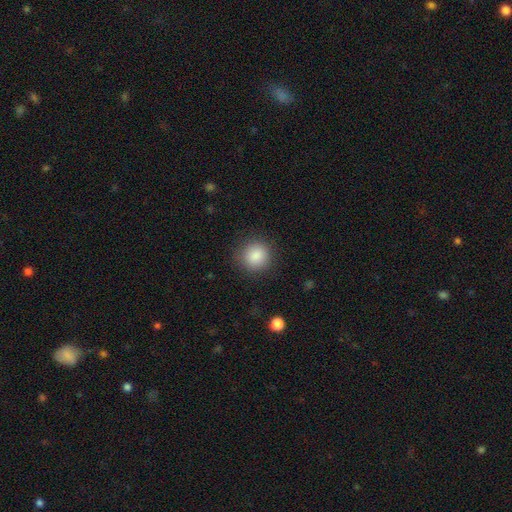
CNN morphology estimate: Smooth or featured: smooth — 87% (star or artifact — 9%)
How rounded: round — 91% (in between — 8%)
Merging: none — 88% (minor disturbance — 8%)